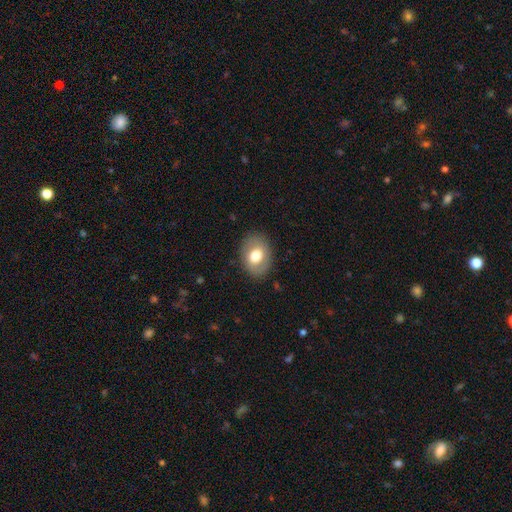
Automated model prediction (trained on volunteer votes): smooth-or-featured: smooth: 71% | featured or disk: 21% | star or artifact: 8%
  how-rounded: in between: 70% | round: 29% | cigar-shaped: 1%
  merging: none: 85% | minor disturbance: 11% | major disturbance: 4% | merger: 1%